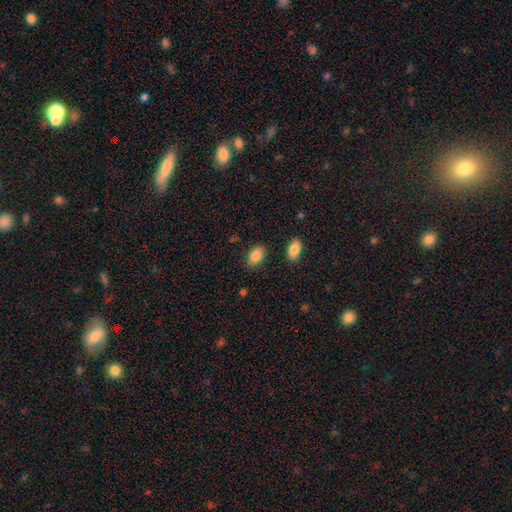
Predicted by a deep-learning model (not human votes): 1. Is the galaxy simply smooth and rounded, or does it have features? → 87% smooth, 8% star or artifact, 6% featured or disk.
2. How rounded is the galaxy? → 90% in between, 8% round, 2% cigar-shaped.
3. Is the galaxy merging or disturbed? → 83% none, 11% minor disturbance, 3% major disturbance, 3% merger.